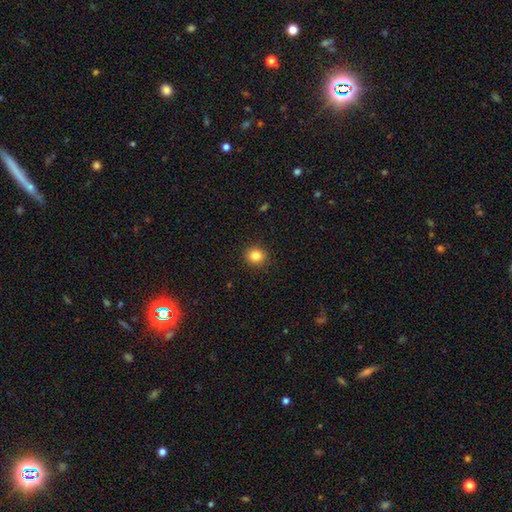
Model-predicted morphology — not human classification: Smooth or featured? smooth (84%)
How rounded? round (83%)
Merging? none (91%)